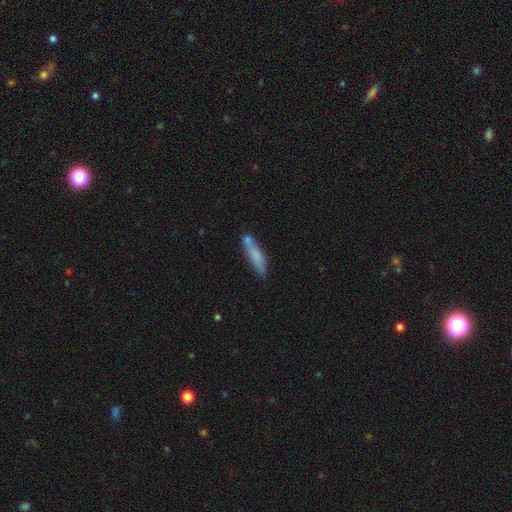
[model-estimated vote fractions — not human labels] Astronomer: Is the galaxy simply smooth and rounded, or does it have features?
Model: smooth — 75%.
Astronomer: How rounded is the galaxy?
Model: cigar-shaped — 79%.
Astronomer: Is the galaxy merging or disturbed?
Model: none — 64%.